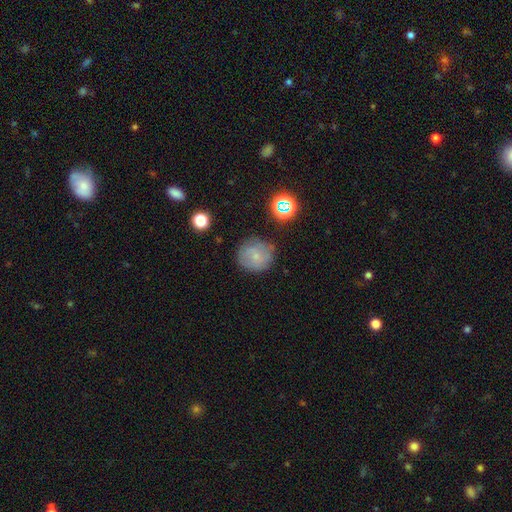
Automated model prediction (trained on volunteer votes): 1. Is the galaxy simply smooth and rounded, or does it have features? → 65% smooth, 21% featured or disk, 13% star or artifact.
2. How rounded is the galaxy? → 90% round, 9% in between, 1% cigar-shaped.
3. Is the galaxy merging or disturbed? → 71% none, 19% minor disturbance, 6% major disturbance, 4% merger.